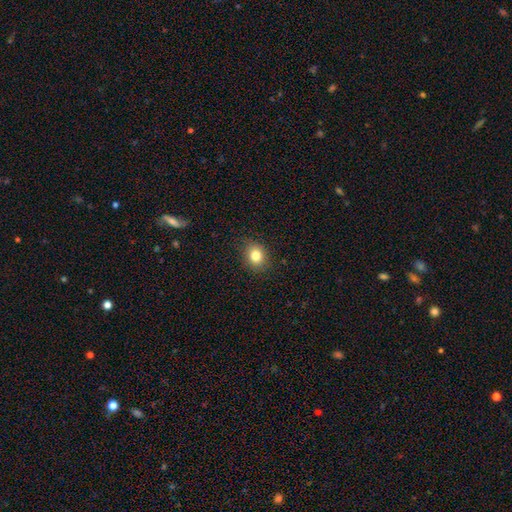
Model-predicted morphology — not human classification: Smooth or featured? Predicted: smooth (p=0.82). How rounded? Predicted: round (p=0.62). Merging? Predicted: none (p=0.87).